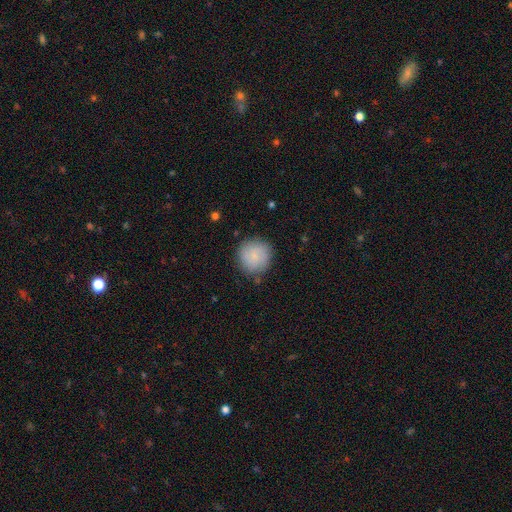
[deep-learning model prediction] A smooth galaxy with no disk features (78%) that is round (93%). Merging: none (83%).